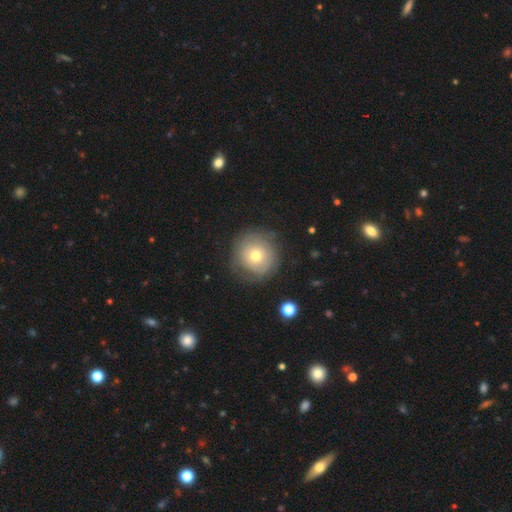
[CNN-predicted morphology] The model was most divided on "smooth or featured": smooth: 53%, featured or disk: 38%, star or artifact: 9%. More confident: how rounded — round (93%); merging — none (75%).